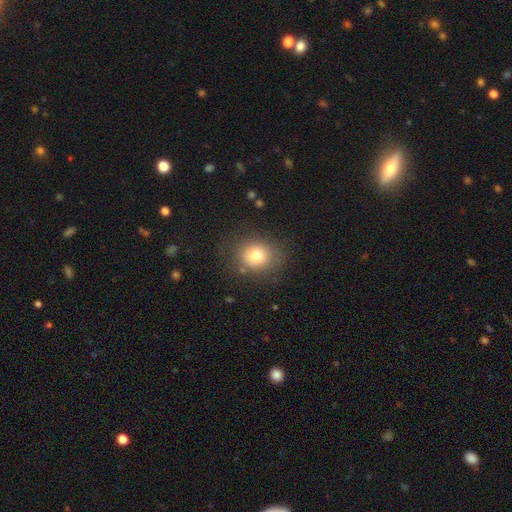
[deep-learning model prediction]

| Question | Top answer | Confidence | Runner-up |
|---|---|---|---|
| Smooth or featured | smooth | 76% | star or artifact (12%) |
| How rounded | round | 68% | in between (31%) |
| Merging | none | 77% | minor disturbance (14%) |